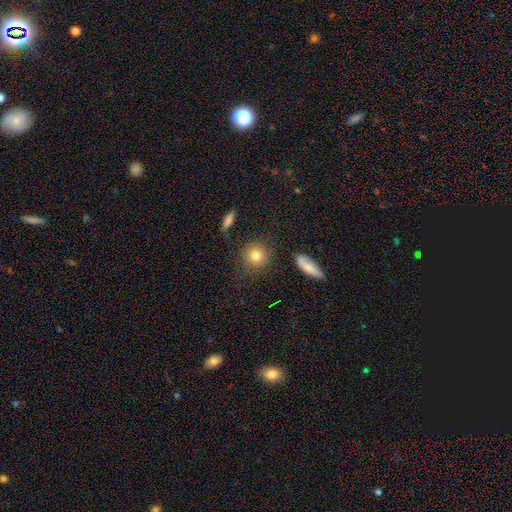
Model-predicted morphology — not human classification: This appears to be a smooth galaxy with no disk features (82%) that is round (86%). Merging: none (80%).